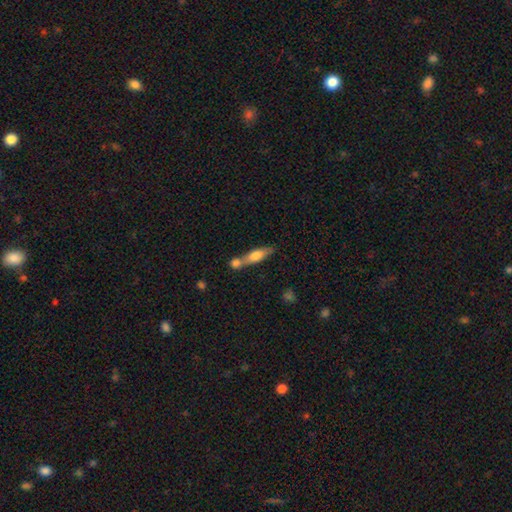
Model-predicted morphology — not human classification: Smooth or featured: smooth — 60% (featured or disk — 34%)
How rounded: cigar-shaped — 63% (in between — 34%)
Merging: merger — 44% (none — 42%)